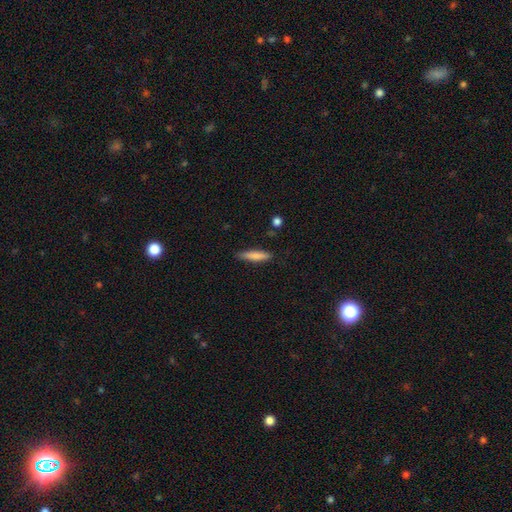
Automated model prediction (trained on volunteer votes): Smooth or featured? smooth (79%)
How rounded? cigar-shaped (83%)
Merging? none (84%)